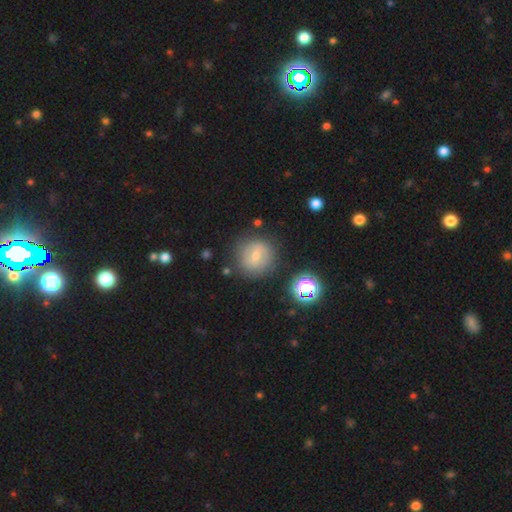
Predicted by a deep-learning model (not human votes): Q: Smooth or featured?
A: smooth (53%); runner-up: featured or disk (35%)
Q: How rounded?
A: round (90%); runner-up: in between (9%)
Q: Merging?
A: none (79%); runner-up: minor disturbance (13%)